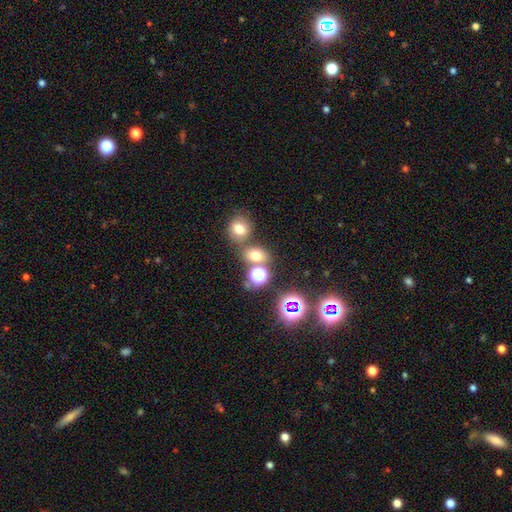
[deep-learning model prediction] Overall: smooth (65%; star or artifact 25%). How rounded: round (54%; in between 45%). Merging: none (59%; merger 28%).